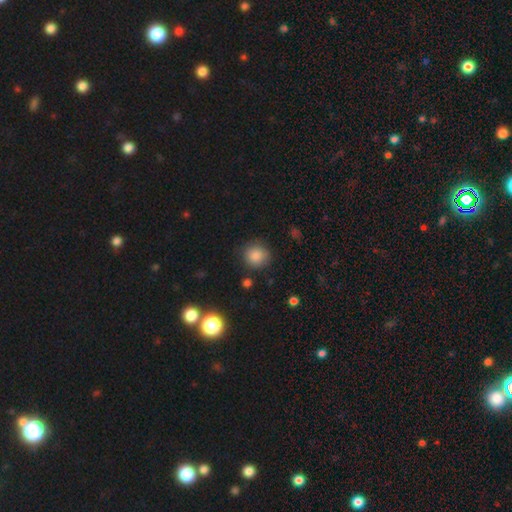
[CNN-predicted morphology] Smooth or featured?
  - smooth: 85% *
  - star or artifact: 10%
  - featured or disk: 5%
How rounded?
  - round: 90% *
  - in between: 9%
  - cigar-shaped: 1%
Merging?
  - none: 84% *
  - minor disturbance: 11%
  - major disturbance: 3%
  - merger: 2%